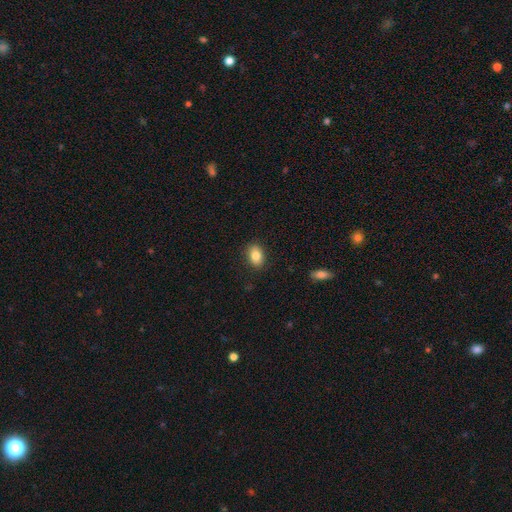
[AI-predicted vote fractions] Overall: smooth (84%). How rounded: in between (82%). Merging: none (88%).